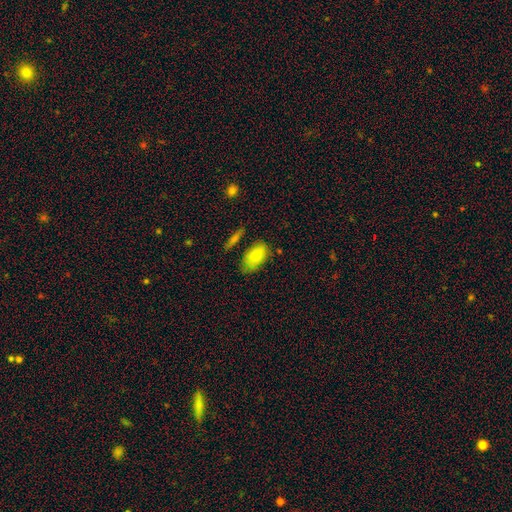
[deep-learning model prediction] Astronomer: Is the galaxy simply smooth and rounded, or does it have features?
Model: smooth — 84%.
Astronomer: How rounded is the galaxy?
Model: in between — 92%.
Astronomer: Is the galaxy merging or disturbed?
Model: none — 70%.